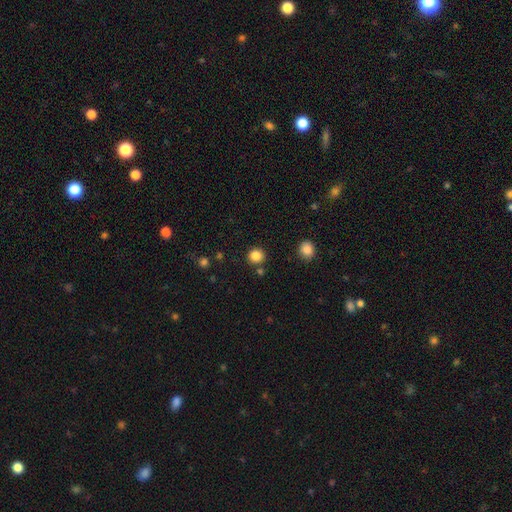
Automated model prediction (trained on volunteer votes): smooth_or_featured: smooth (p=0.85) [alt: star or artifact p=0.11]
how_rounded: round (p=0.90) [alt: in between p=0.09]
merging: none (p=0.86) [alt: minor disturbance p=0.07]